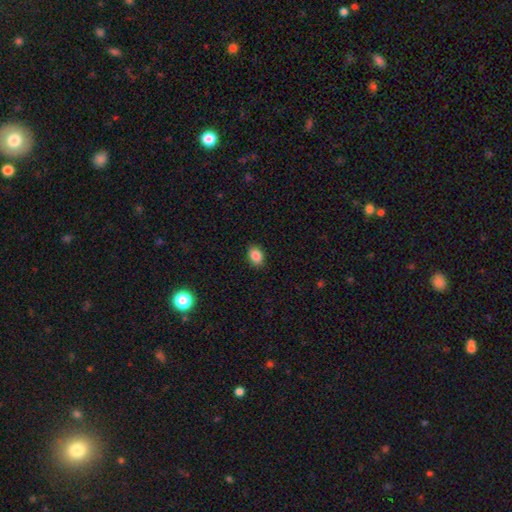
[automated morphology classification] smooth 87%, star or artifact 9%, featured or disk 4%. Down the decision tree: how rounded — in between (68%); merging — none (89%).